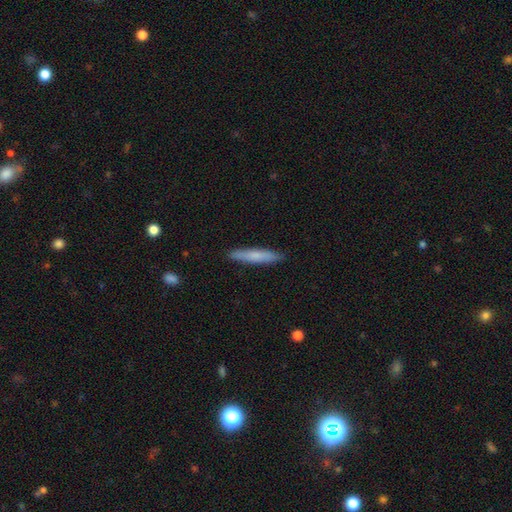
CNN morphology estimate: Smooth or featured? Predicted: smooth (p=0.73). How rounded? Predicted: cigar-shaped (p=0.91). Merging? Predicted: none (p=0.90).